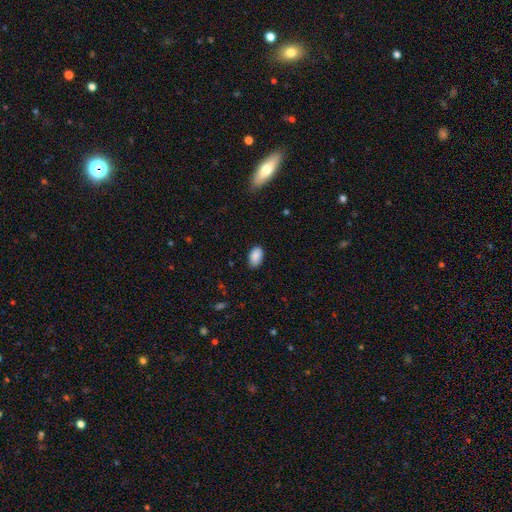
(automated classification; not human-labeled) Smooth or featured?
  - smooth: 89% *
  - star or artifact: 7%
  - featured or disk: 4%
How rounded?
  - in between: 94% *
  - round: 5%
  - cigar-shaped: 1%
Merging?
  - none: 84% *
  - minor disturbance: 13%
  - major disturbance: 2%
  - merger: 1%